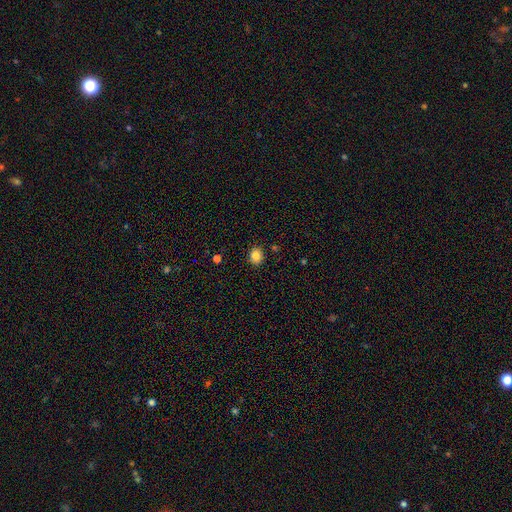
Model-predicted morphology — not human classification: Q: Smooth or featured?
A: smooth (85%); runner-up: star or artifact (11%)
Q: How rounded?
A: round (69%); runner-up: in between (30%)
Q: Merging?
A: none (87%); runner-up: minor disturbance (9%)